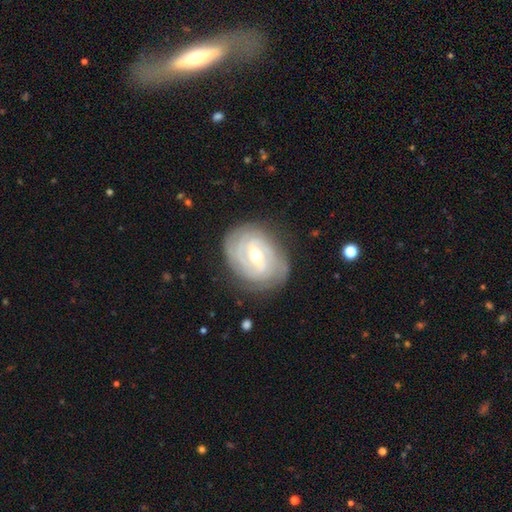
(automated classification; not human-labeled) A featured or disk galaxy (86%) with a weak bar (51%), tight (78%) spiral arms (94%) and a moderate central bulge (60%).

Vote fractions:
- Smooth or featured? featured or disk: 86% / smooth: 9% / star or artifact: 5%
- Edge-on disk? no: 97% / yes: 3%
- Bar? weak: 51% / strong: 29% / no: 21%
- Spiral arms? yes: 94% / no: 6%
- Spiral winding? tight: 78% / medium: 18% / loose: 4%
- Spiral arm count? can't tell: 33% / 2: 23% / 3: 21% / 4: 12% / more than 4: 5% / 1: 5%
- Bulge size? moderate: 60% / small: 36% / large: 2% / none: 1% / dominant: 1%
- Merging? none: 80% / minor disturbance: 14% / major disturbance: 4% / merger: 1%